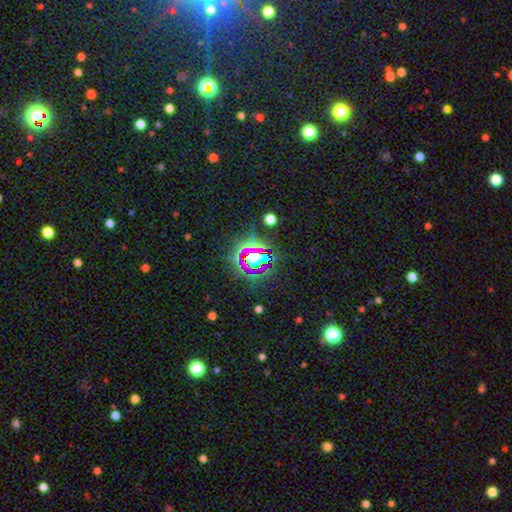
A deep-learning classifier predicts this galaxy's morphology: This appears to be a star or artifact, not a galaxy (73%).